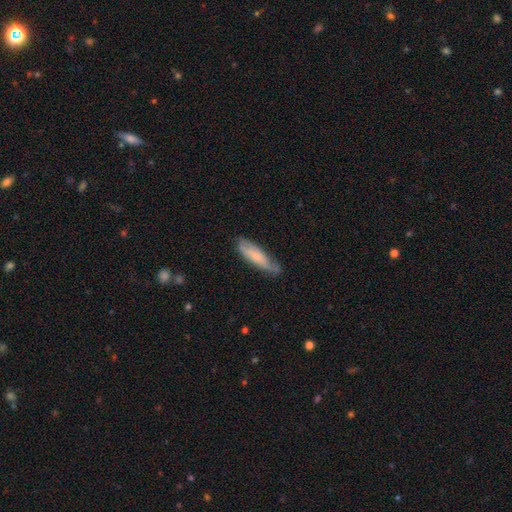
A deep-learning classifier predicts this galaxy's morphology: Q: Smooth or featured?
A: smooth (66%); runner-up: featured or disk (28%)
Q: How rounded?
A: cigar-shaped (66%); runner-up: in between (33%)
Q: Merging?
A: none (61%); runner-up: minor disturbance (29%)